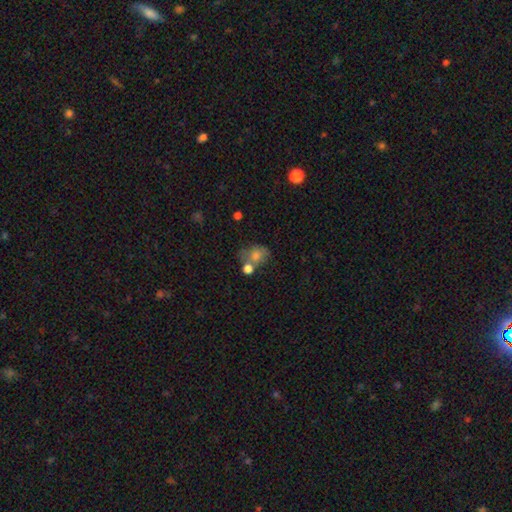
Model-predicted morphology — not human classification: Smooth or featured? smooth (66%)
How rounded? round (50%)
Merging? none (41%)